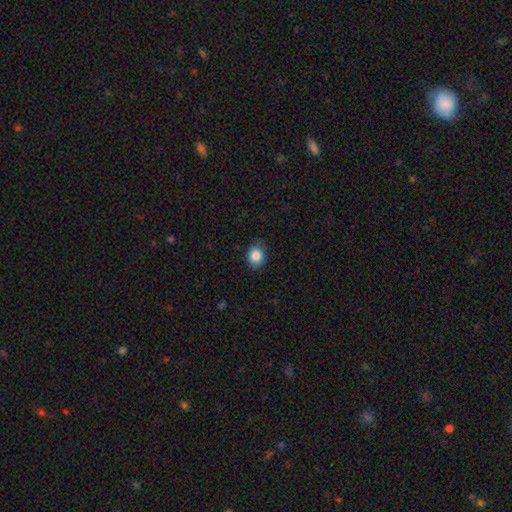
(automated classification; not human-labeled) Q: Smooth or featured?
A: smooth (85%); runner-up: star or artifact (10%)
Q: How rounded?
A: round (61%); runner-up: in between (39%)
Q: Merging?
A: none (82%); runner-up: minor disturbance (15%)